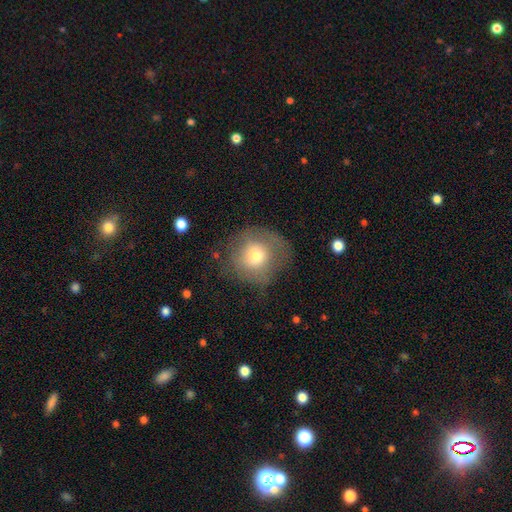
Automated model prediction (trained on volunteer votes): Smooth or featured: smooth — 68% (featured or disk — 22%)
How rounded: round — 90% (in between — 9%)
Merging: none — 67% (minor disturbance — 19%)